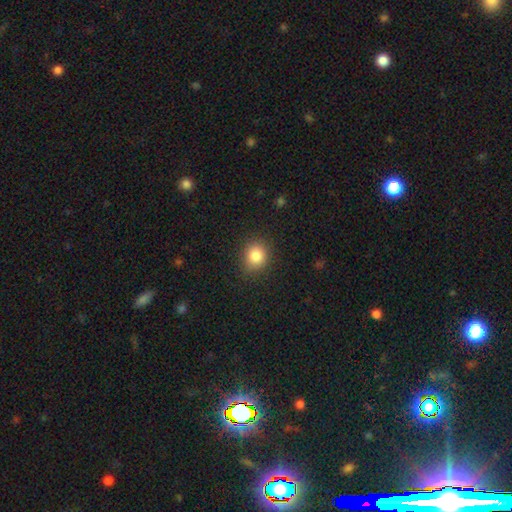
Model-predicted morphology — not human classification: Smooth or featured? smooth (84%)
How rounded? round (75%)
Merging? none (87%)